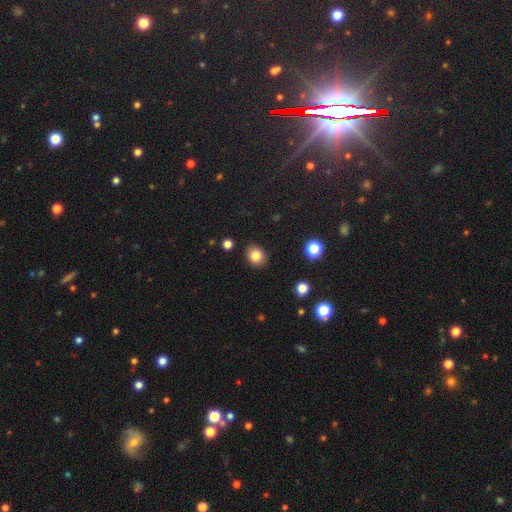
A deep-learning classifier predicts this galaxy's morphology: A smooth galaxy with no disk features (83%) that is round (62%).

Vote fractions:
- Smooth or featured? smooth: 83% / star or artifact: 11% / featured or disk: 7%
- How rounded? round: 62% / in between: 37% / cigar-shaped: 1%
- Merging? none: 87% / minor disturbance: 9% / major disturbance: 2% / merger: 2%